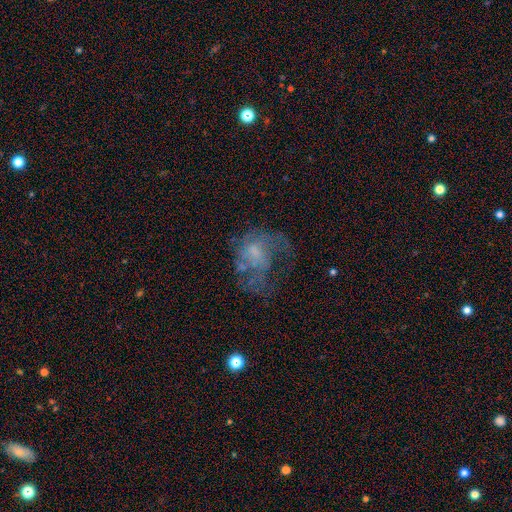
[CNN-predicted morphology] This is possibly a featured or disk galaxy (57%). It is clearly not viewed edge-on (98%). Bar: likely no (77%). Spiral arm pattern: possibly no (58%). Central bulge: marginally none (35%). Merging: possibly major disturbance (47%).